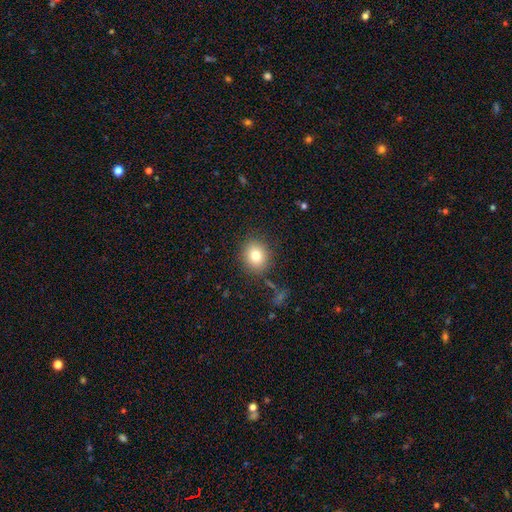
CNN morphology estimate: Smooth or featured: smooth — 80% (star or artifact — 11%)
How rounded: round — 76% (in between — 23%)
Merging: none — 85% (minor disturbance — 9%)